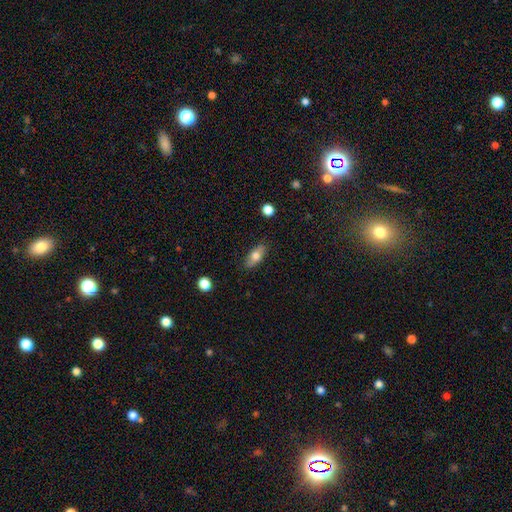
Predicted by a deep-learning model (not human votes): A smooth galaxy with no disk features (71%) that is in between round and cigar-shaped (84%).

Vote fractions:
- Smooth or featured? smooth: 71% / featured or disk: 21% / star or artifact: 7%
- How rounded? in between: 84% / cigar-shaped: 12% / round: 4%
- Merging? none: 84% / minor disturbance: 13% / major disturbance: 2% / merger: 1%